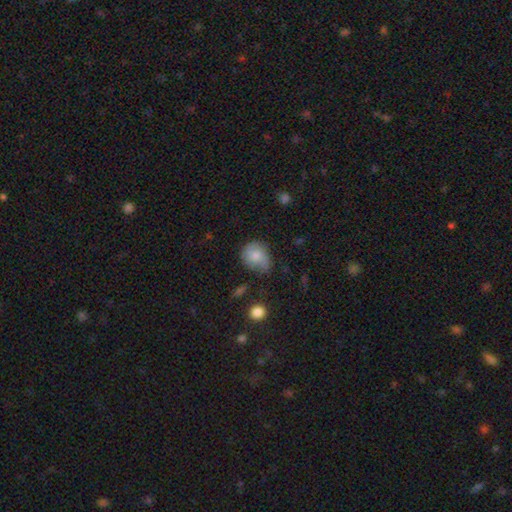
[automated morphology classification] smooth_or_featured: smooth (p=0.70) [alt: featured or disk p=0.21]
how_rounded: round (p=0.58) [alt: in between p=0.41]
merging: none (p=0.48) [alt: minor disturbance p=0.37]